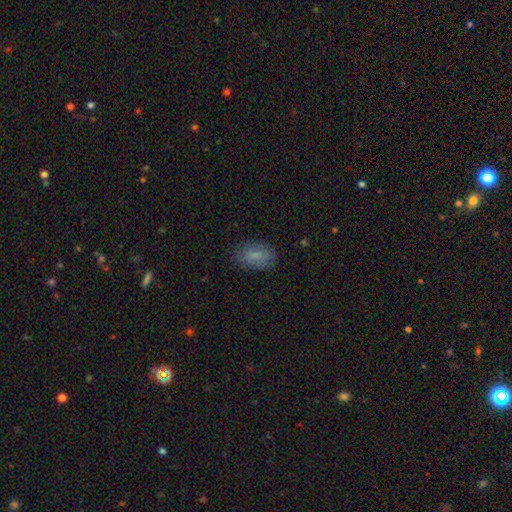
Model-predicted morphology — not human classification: smooth-or-featured: smooth: 81% | featured or disk: 12% | star or artifact: 8%
  how-rounded: in between: 90% | round: 7% | cigar-shaped: 3%
  merging: none: 80% | minor disturbance: 15% | major disturbance: 4% | merger: 1%